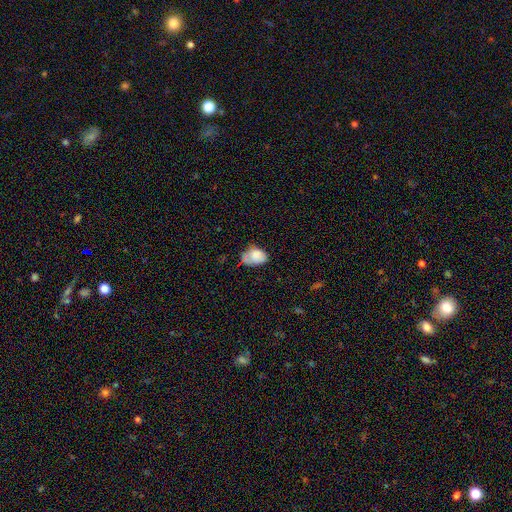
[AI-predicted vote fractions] This appears to be a smooth galaxy with no disk features (79%) that is in between round and cigar-shaped (74%). Merging: none (44%).